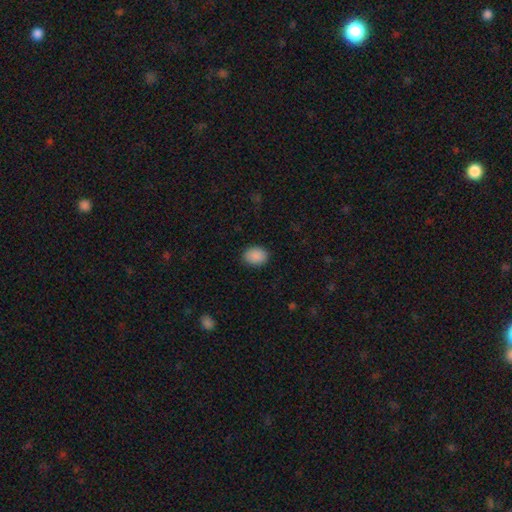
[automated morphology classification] type=smooth (90%); roundness=in between (60%); merging=none (87%).